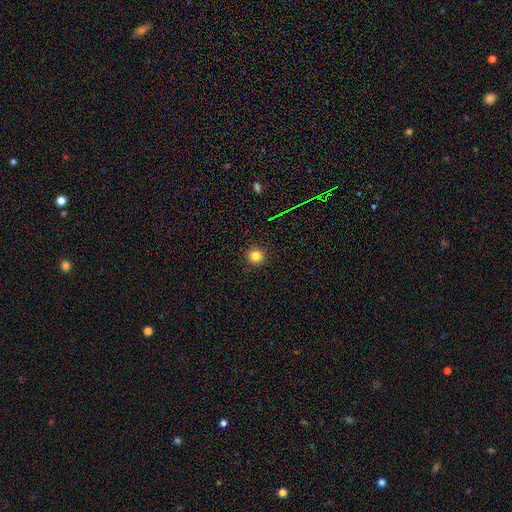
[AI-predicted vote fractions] This is clearly a smooth galaxy (81%). How rounded: clearly round (93%). Merging: clearly none (91%).